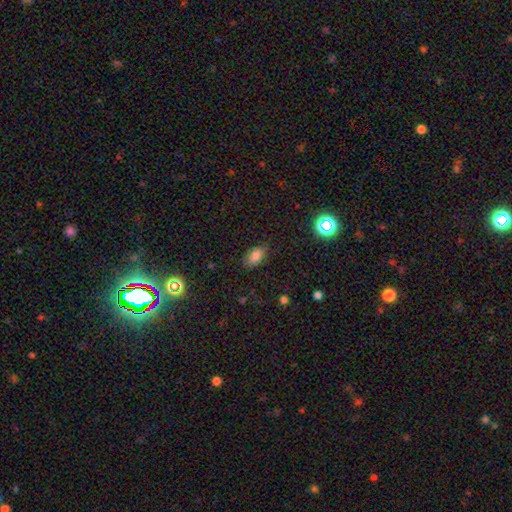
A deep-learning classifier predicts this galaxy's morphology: The model was most divided on "merging": none: 74%, minor disturbance: 20%, major disturbance: 4%, merger: 1%. More confident: how rounded — in between (89%); smooth or featured — smooth (79%).